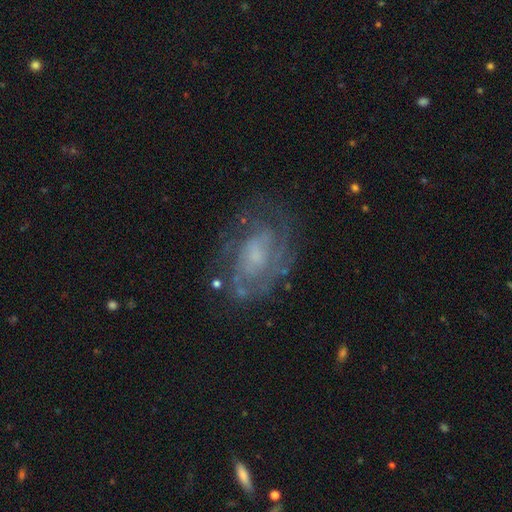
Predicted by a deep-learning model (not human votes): Q: Smooth or featured?
A: featured or disk (75%); runner-up: smooth (16%)
Q: Edge-on disk?
A: no (96%); runner-up: yes (4%)
Q: Bar?
A: no (66%); runner-up: weak (29%)
Q: Spiral arms?
A: yes (79%); runner-up: no (21%)
Q: Spiral winding?
A: tight (50%); runner-up: medium (36%)
Q: Spiral arm count?
A: can't tell (47%); runner-up: 2 (27%)
Q: Bulge size?
A: small (44%); runner-up: moderate (29%)
Q: Merging?
A: none (65%); runner-up: minor disturbance (19%)